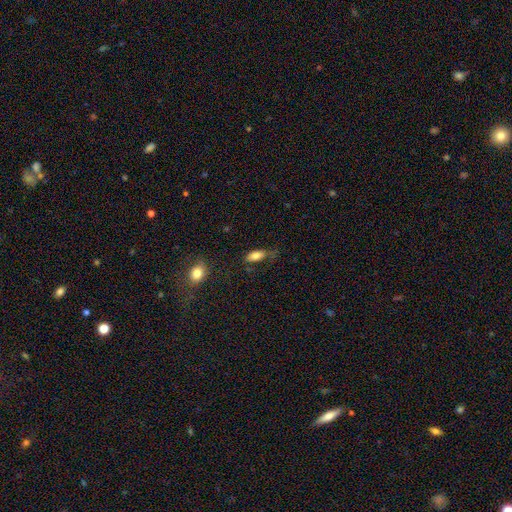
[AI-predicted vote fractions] A smooth galaxy with no disk features (80%) that is in between round and cigar-shaped (84%).

Vote fractions:
- Smooth or featured? smooth: 80% / featured or disk: 12% / star or artifact: 8%
- How rounded? in between: 84% / cigar-shaped: 13% / round: 3%
- Merging? none: 52% / minor disturbance: 28% / major disturbance: 16% / merger: 4%